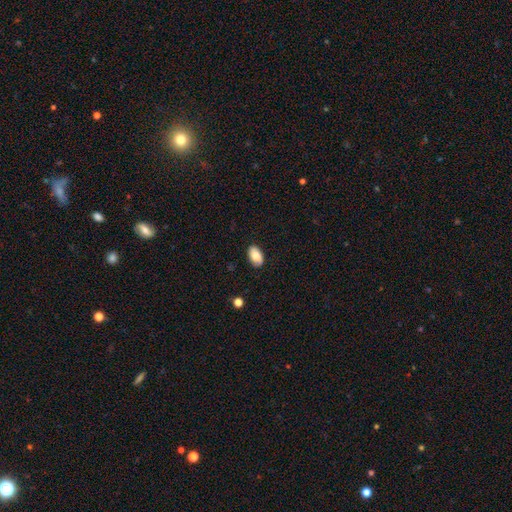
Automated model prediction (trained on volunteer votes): Smooth or featured? smooth (84%)
How rounded? in between (93%)
Merging? none (85%)